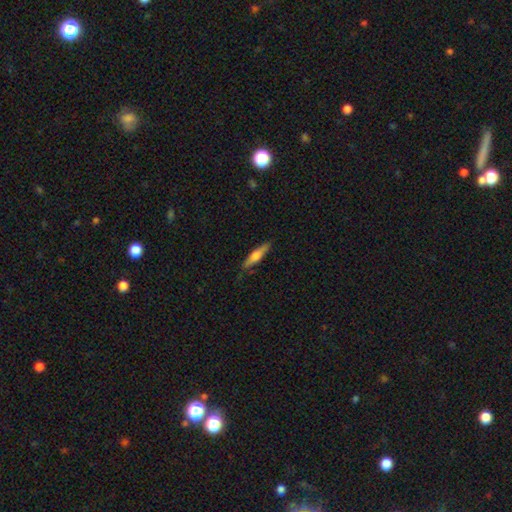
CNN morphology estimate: This appears to be a smooth galaxy with no disk features (57%) that is cigar-shaped (81%). Merging: none (81%).